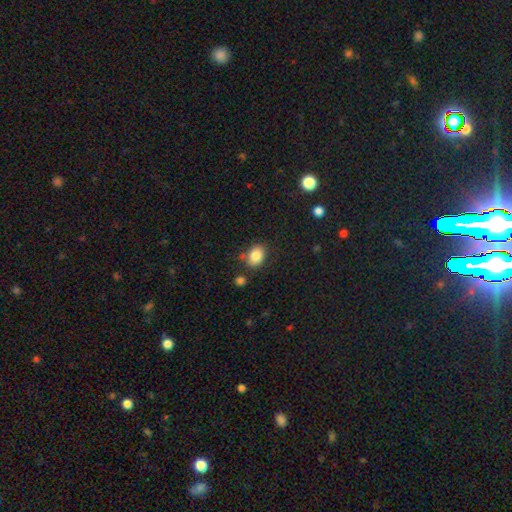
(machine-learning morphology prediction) Q: Smooth or featured?
A: smooth (84%); runner-up: star or artifact (9%)
Q: How rounded?
A: in between (60%); runner-up: round (39%)
Q: Merging?
A: none (74%); runner-up: minor disturbance (15%)